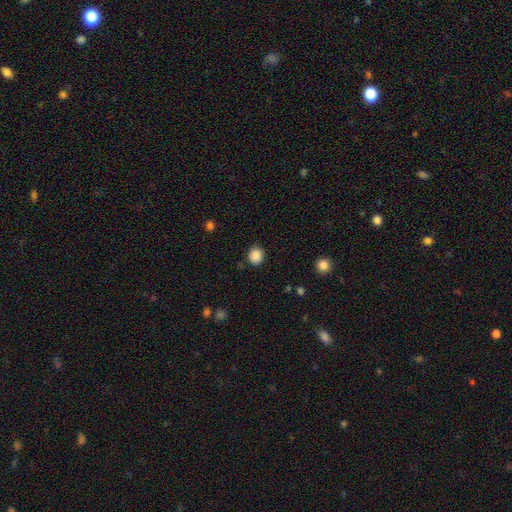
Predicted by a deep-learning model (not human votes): This appears to be a smooth galaxy with no disk features (88%) that is round (76%). Merging: none (86%).